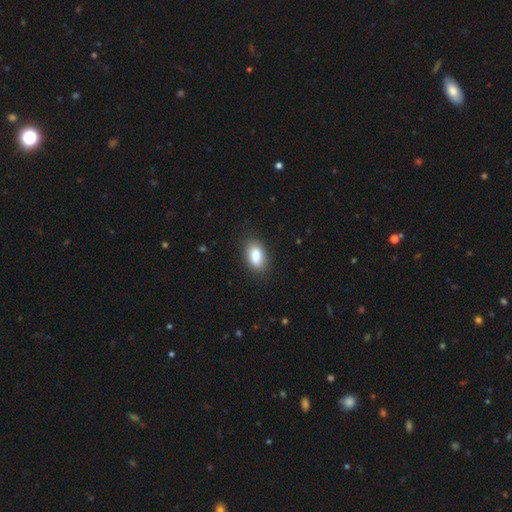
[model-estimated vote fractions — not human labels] Smooth or featured? smooth (87%)
How rounded? in between (91%)
Merging? none (83%)